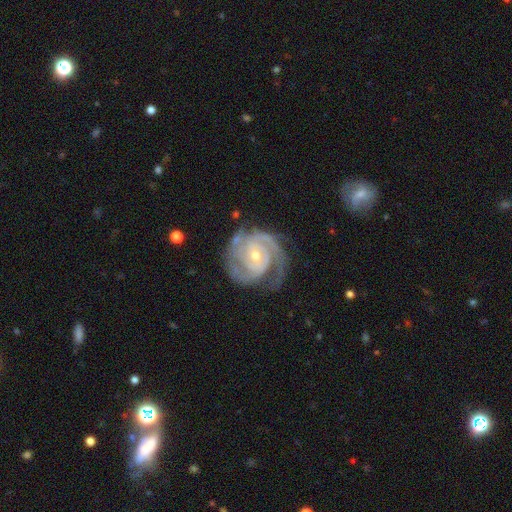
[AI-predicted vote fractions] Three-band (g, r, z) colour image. It shows a featured or disk galaxy (91%) with no bar (63%), 2 (42%) tight (71%) spiral arms (98%) and a small central bulge (60%). Merging: none (68%).